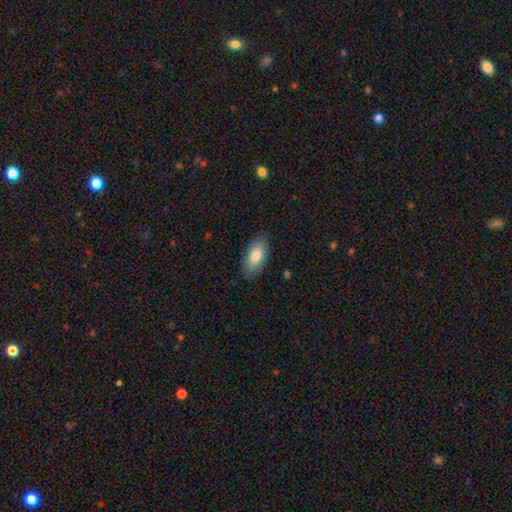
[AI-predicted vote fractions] A smooth galaxy with no disk features (82%) that is in between round and cigar-shaped (91%).

Vote fractions:
- Smooth or featured? smooth: 82% / featured or disk: 12% / star or artifact: 6%
- How rounded? in between: 91% / cigar-shaped: 6% / round: 3%
- Merging? none: 85% / minor disturbance: 11% / major disturbance: 3% / merger: 1%